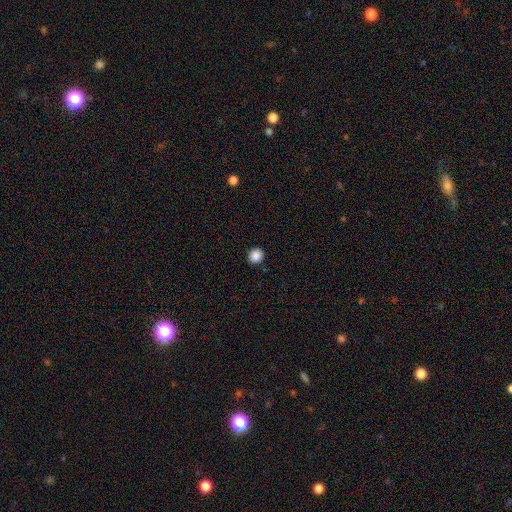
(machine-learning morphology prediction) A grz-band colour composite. It shows a smooth galaxy with no disk features (88%) that is round (86%). Merging: none (92%).